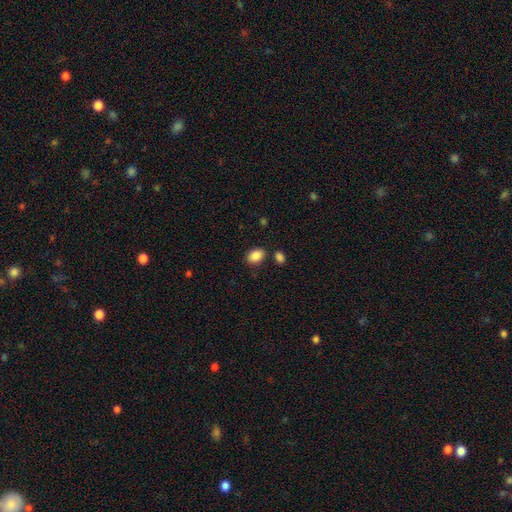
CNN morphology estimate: Smooth or featured? Predicted: smooth (p=0.88). How rounded? Predicted: in between (p=0.83). Merging? Predicted: none (p=0.77).